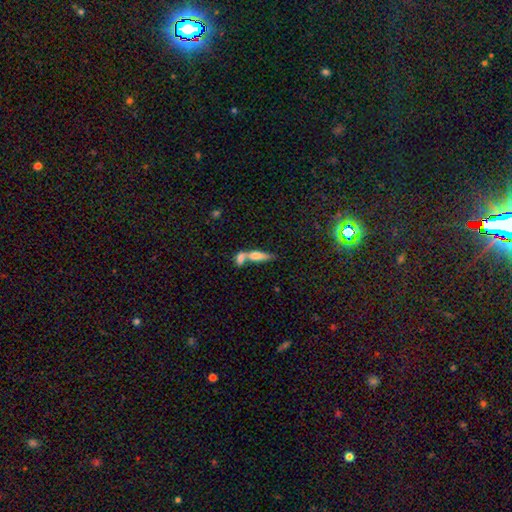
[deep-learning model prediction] Q: Smooth or featured?
A: smooth (61%); runner-up: featured or disk (31%)
Q: How rounded?
A: cigar-shaped (57%); runner-up: in between (39%)
Q: Merging?
A: merger (61%); runner-up: none (27%)